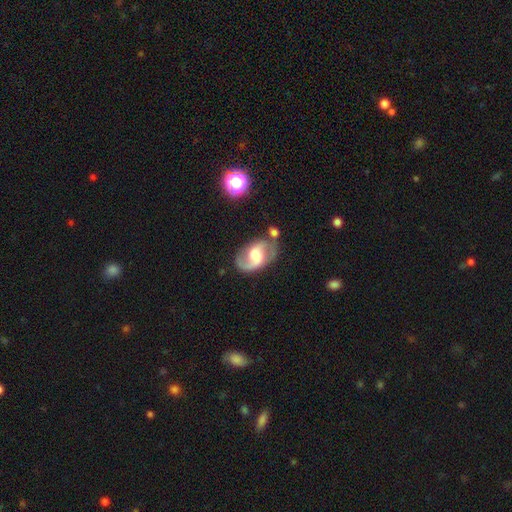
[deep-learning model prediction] featured or disk 78%, smooth 15%, star or artifact 6%. Down the decision tree: edge-on disk — no (97%); bar — weak (46%); spiral arms — yes (93%); spiral arm count — 2 (86%); spiral winding — medium (46%); bulge size — moderate (41%); merging — none (65%).